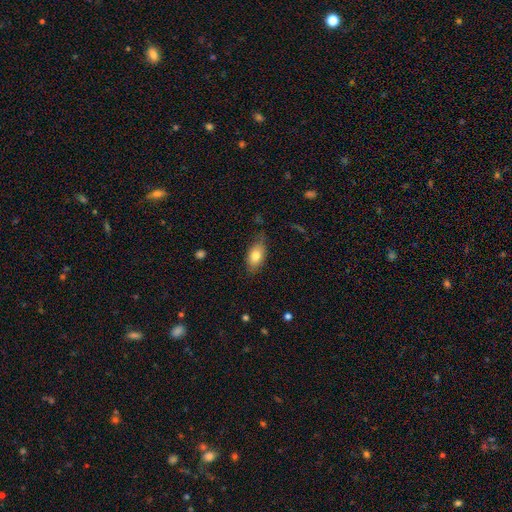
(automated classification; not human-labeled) This is likely a smooth galaxy (78%). How rounded: clearly in between (88%). Merging: likely none (72%).